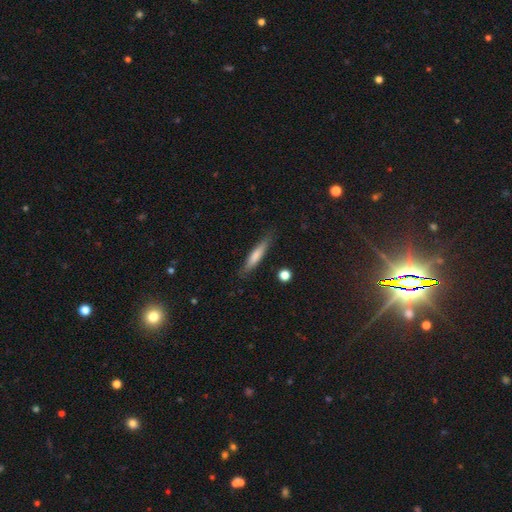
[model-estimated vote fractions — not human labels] smooth 71%, featured or disk 22%, star or artifact 6%. Down the decision tree: how rounded — cigar-shaped (88%); merging — none (84%).